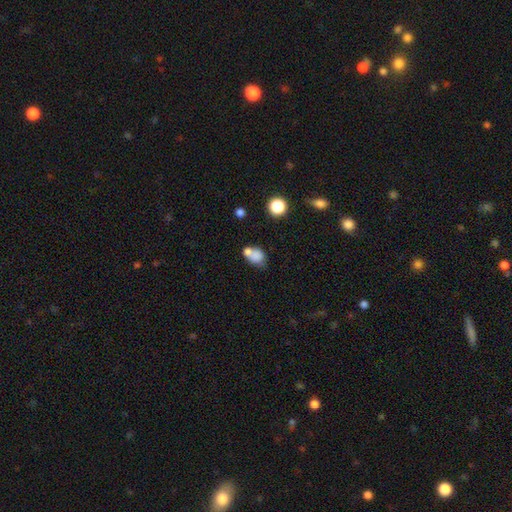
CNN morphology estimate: The model was most divided on "merging": merger: 42%, none: 34%, minor disturbance: 16%, major disturbance: 8%. More confident: smooth or featured — smooth (76%); how rounded — in between (63%).